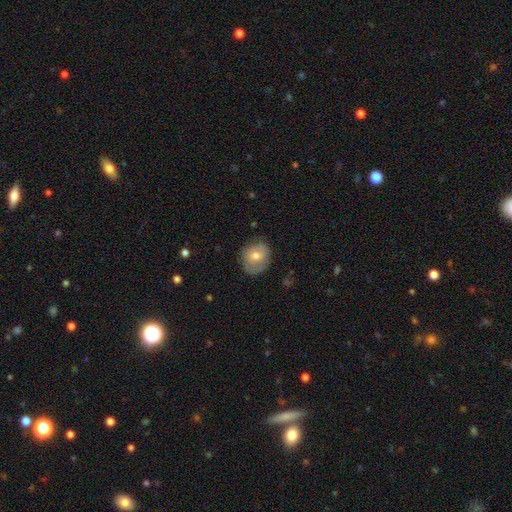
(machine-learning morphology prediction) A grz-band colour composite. It shows a smooth galaxy with no disk features (65%) that is round (66%). Merging: none (70%).